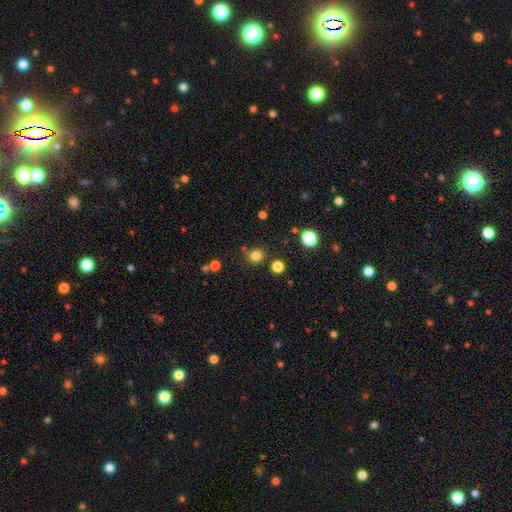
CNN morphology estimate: This appears to be a smooth galaxy with no disk features (79%) that is round (89%). Merging: none (82%).